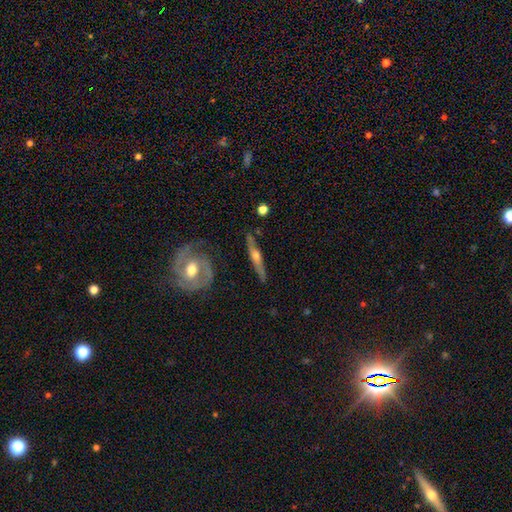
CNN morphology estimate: Smooth or featured?
  - featured or disk: 75% *
  - smooth: 20%
  - star or artifact: 5%
Edge-on disk?
  - yes: 86% *
  - no: 14%
Edge-on bulge?
  - rounded: 88% *
  - none: 7%
  - boxy: 5%
Merging?
  - none: 82% *
  - minor disturbance: 13%
  - major disturbance: 3%
  - merger: 2%